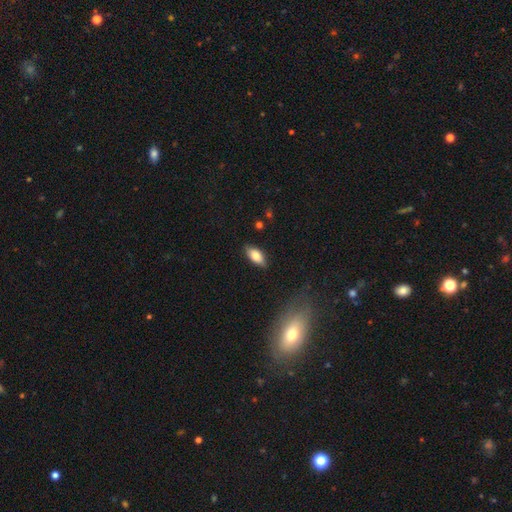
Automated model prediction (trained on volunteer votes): Overall: smooth (78%). How rounded: in between (87%). Merging: none (84%).